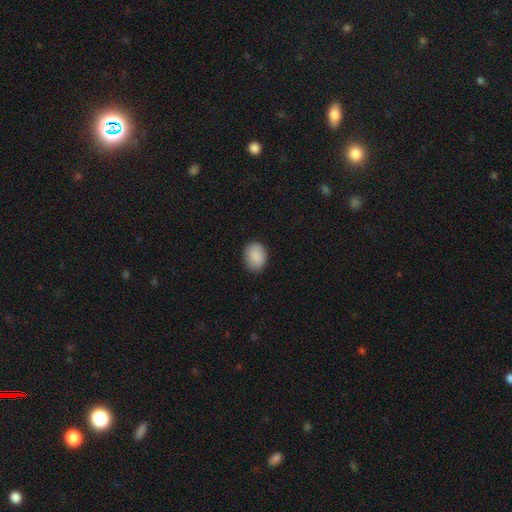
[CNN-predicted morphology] type=smooth (89%); roundness=in between (60%); merging=none (85%).